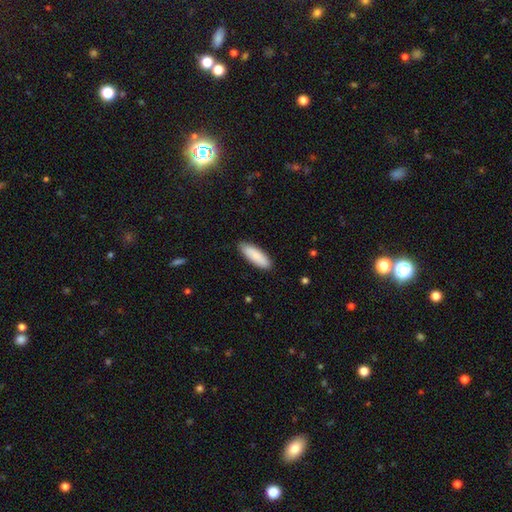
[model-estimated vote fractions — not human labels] Morphology: type=smooth (88%); roundness=in between (55%); merging=none (88%).